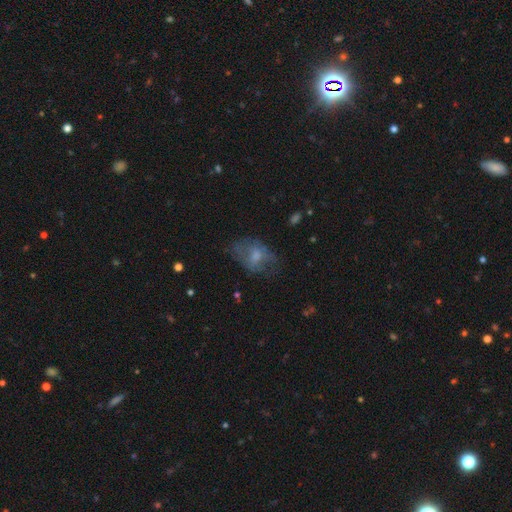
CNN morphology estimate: This appears to be a smooth galaxy with no disk features (52%) that is in between round and cigar-shaped (80%). Merging: none (48%).